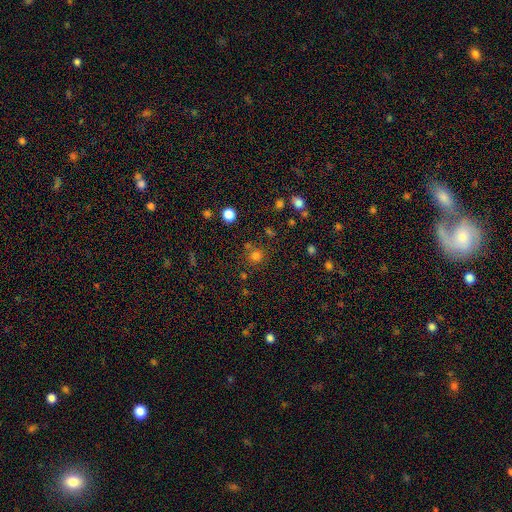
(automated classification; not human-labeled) This appears to be a smooth galaxy with no disk features (74%) that is round (89%). Merging: none (74%).